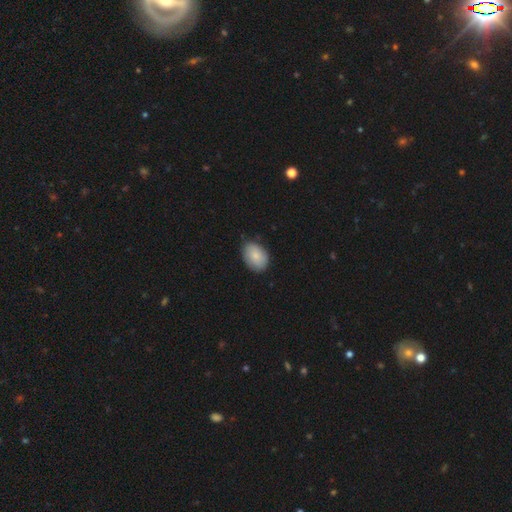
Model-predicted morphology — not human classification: smooth 82%, featured or disk 11%, star or artifact 6%. Down the decision tree: how rounded — in between (79%); merging — none (77%).